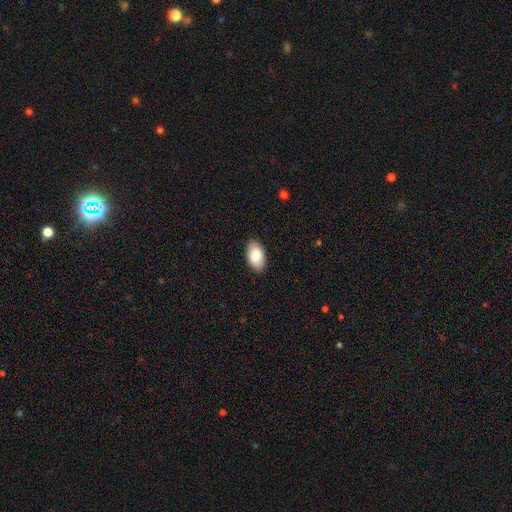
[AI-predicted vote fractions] The model was most divided on "merging": none: 88%, minor disturbance: 9%, major disturbance: 2%, merger: 1%. More confident: how rounded — in between (96%); smooth or featured — smooth (87%).